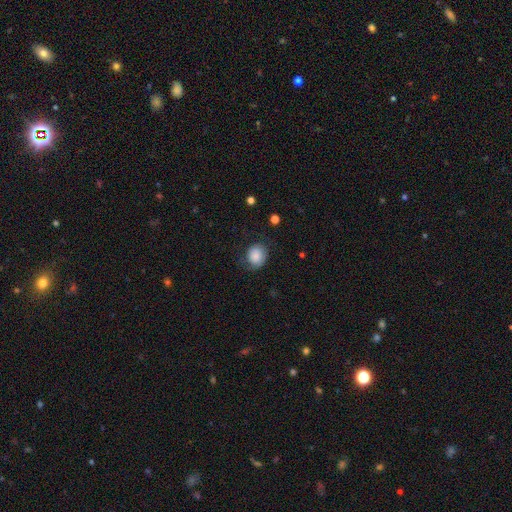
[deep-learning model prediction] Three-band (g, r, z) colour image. It shows a smooth galaxy with no disk features (83%) that is round (66%). Merging: none (67%).